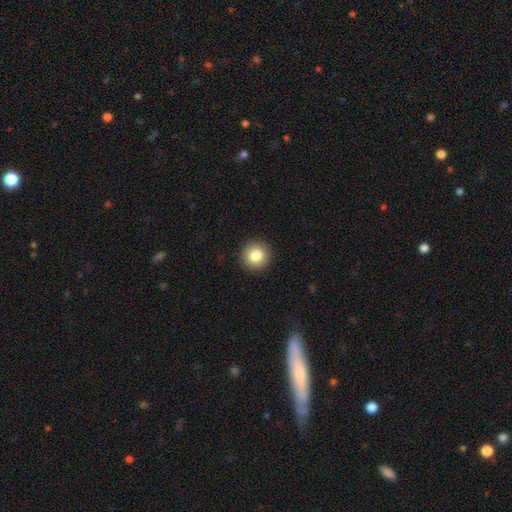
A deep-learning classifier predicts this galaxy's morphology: This appears to be a smooth galaxy with no disk features (83%) that is round (94%). Merging: none (93%).